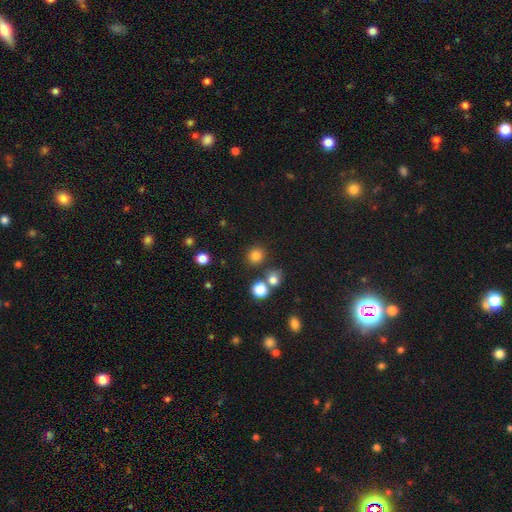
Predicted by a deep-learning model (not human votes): A smooth galaxy with no disk features (80%) that is round (87%).

Vote fractions:
- Smooth or featured? smooth: 80% / star or artifact: 15% / featured or disk: 5%
- How rounded? round: 87% / in between: 12% / cigar-shaped: 1%
- Merging? none: 80% / merger: 9% / minor disturbance: 8% / major disturbance: 3%